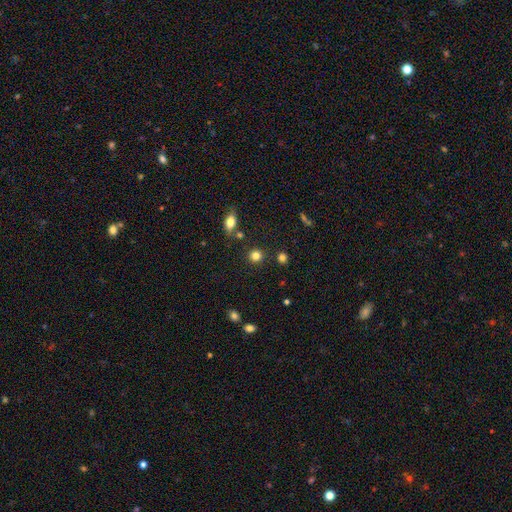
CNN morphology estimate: Smooth or featured? Predicted: smooth (p=0.82). How rounded? Predicted: round (p=0.89). Merging? Predicted: none (p=0.86).